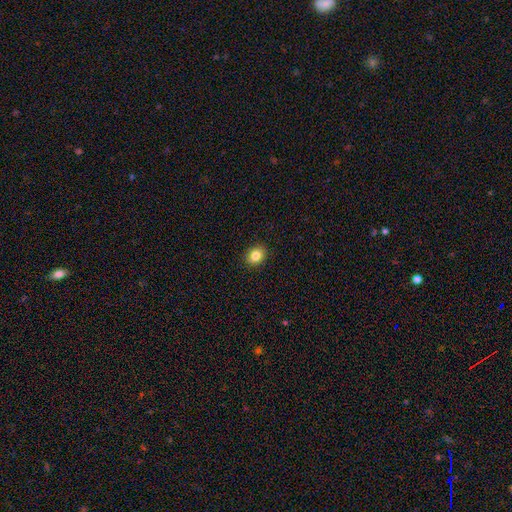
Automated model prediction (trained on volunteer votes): smooth_or_featured: smooth (p=0.84) [alt: star or artifact p=0.10]
how_rounded: round (p=0.51) [alt: in between p=0.48]
merging: none (p=0.91) [alt: minor disturbance p=0.06]